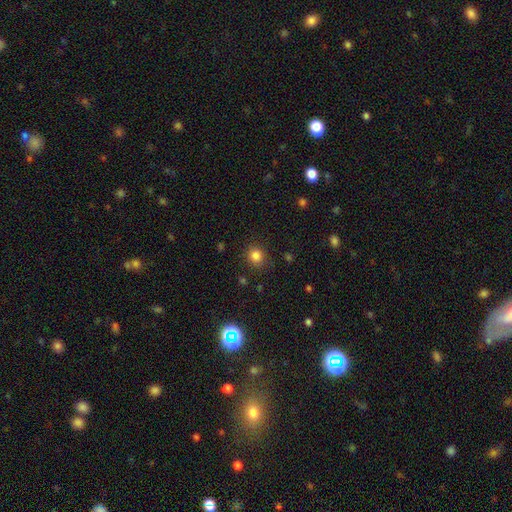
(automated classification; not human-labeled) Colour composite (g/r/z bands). It shows a smooth galaxy with no disk features (82%) that is round (83%). Merging: none (84%).